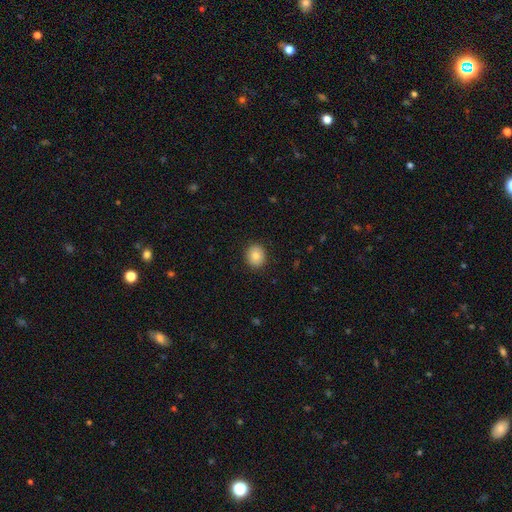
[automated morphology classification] Smooth or featured: smooth — 83% (star or artifact — 9%)
How rounded: round — 72% (in between — 27%)
Merging: none — 90% (minor disturbance — 7%)